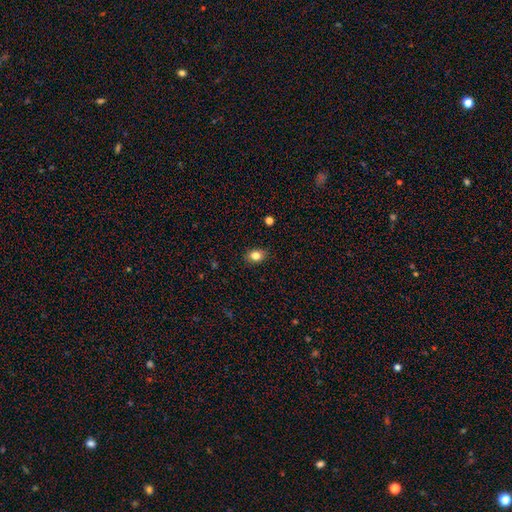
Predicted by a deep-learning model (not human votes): Smooth or featured: smooth — 83% (star or artifact — 10%)
How rounded: in between — 61% (round — 38%)
Merging: none — 86% (minor disturbance — 11%)